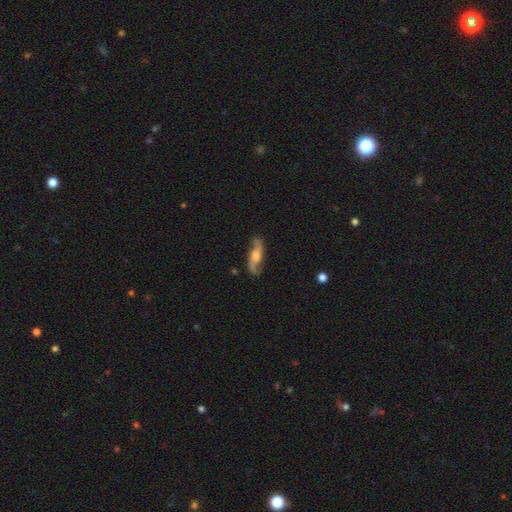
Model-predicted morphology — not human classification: Q: Smooth or featured?
A: featured or disk (78%); runner-up: smooth (16%)
Q: Edge-on disk?
A: no (83%); runner-up: yes (17%)
Q: Bar?
A: no (59%); runner-up: weak (31%)
Q: Spiral arms?
A: yes (94%); runner-up: no (6%)
Q: Spiral winding?
A: loose (71%); runner-up: medium (22%)
Q: Spiral arm count?
A: 2 (92%); runner-up: can't tell (3%)
Q: Bulge size?
A: moderate (56%); runner-up: small (20%)
Q: Merging?
A: none (80%); runner-up: minor disturbance (14%)